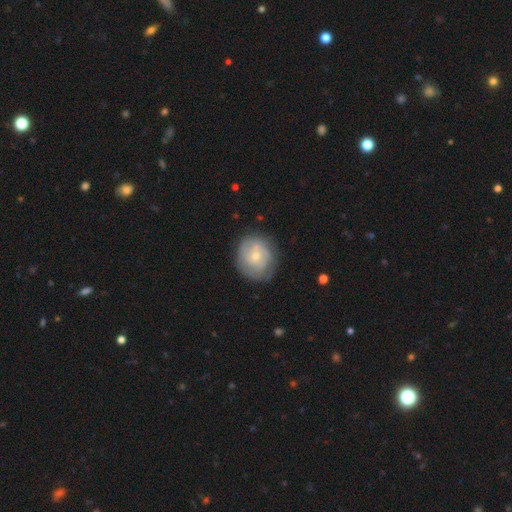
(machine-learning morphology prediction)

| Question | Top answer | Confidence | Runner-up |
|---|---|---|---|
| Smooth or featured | featured or disk | 52% | smooth (41%) |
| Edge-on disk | no | 97% | yes (3%) |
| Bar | no | 78% | weak (19%) |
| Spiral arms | yes | 63% | no (37%) |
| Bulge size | small | 66% | moderate (30%) |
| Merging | none | 70% | minor disturbance (20%) |